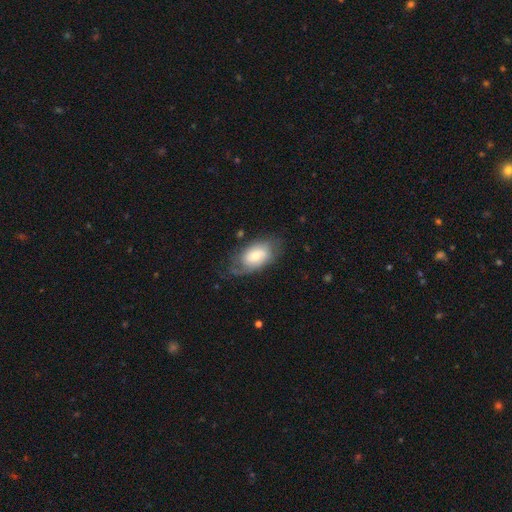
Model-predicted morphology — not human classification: Smooth or featured? Predicted: featured or disk (p=0.48). Merging? Predicted: none (p=0.56).